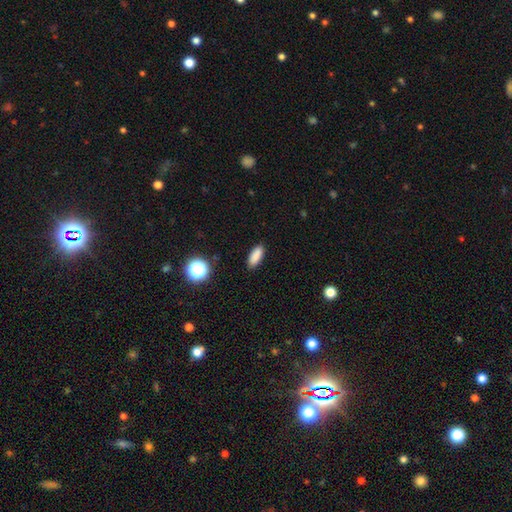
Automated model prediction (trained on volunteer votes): Smooth or featured: smooth — 87% (star or artifact — 9%)
How rounded: in between — 75% (cigar-shaped — 22%)
Merging: none — 88% (minor disturbance — 9%)